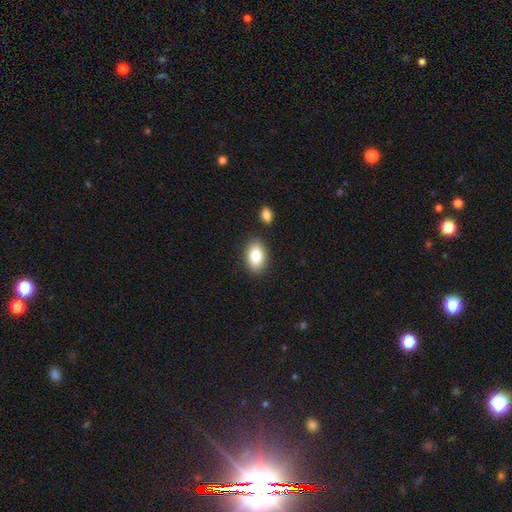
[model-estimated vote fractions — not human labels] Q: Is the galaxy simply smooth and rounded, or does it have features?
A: smooth — 82%.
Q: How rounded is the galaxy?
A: in between — 89%.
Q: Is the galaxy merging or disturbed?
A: none — 84%.